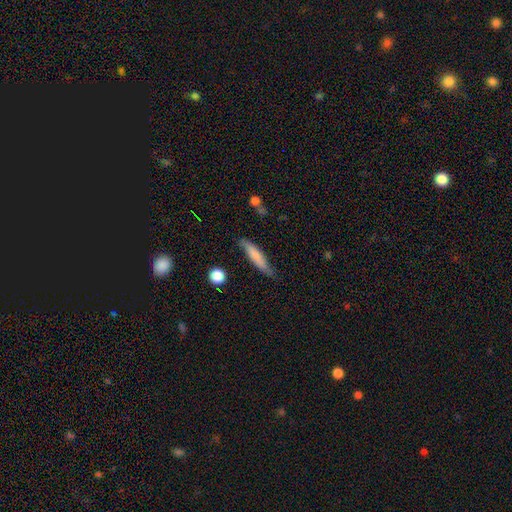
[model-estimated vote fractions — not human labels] smooth 71%, featured or disk 23%, star or artifact 6%. Down the decision tree: how rounded — cigar-shaped (84%); merging — none (73%).